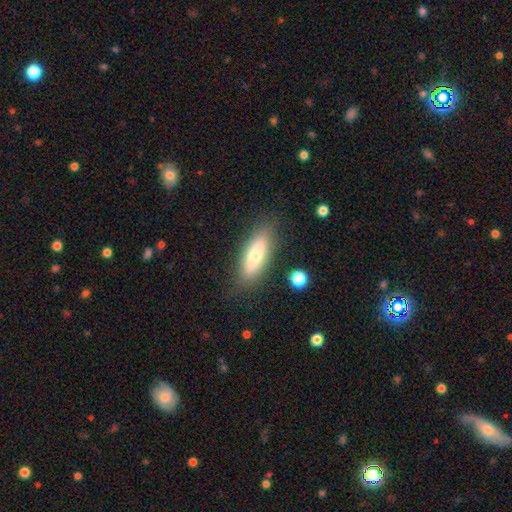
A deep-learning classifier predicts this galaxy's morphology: A smooth galaxy with no disk features (68%) that is in between round and cigar-shaped (53%). Merging: none (86%).